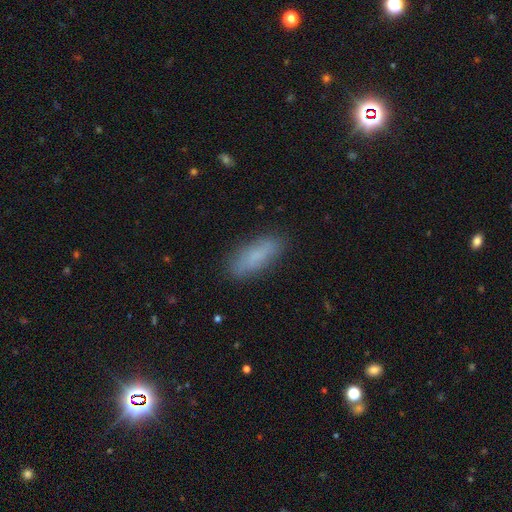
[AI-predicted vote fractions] Q: Smooth or featured?
A: smooth (77%); runner-up: featured or disk (13%)
Q: How rounded?
A: in between (62%); runner-up: cigar-shaped (35%)
Q: Merging?
A: none (85%); runner-up: minor disturbance (11%)